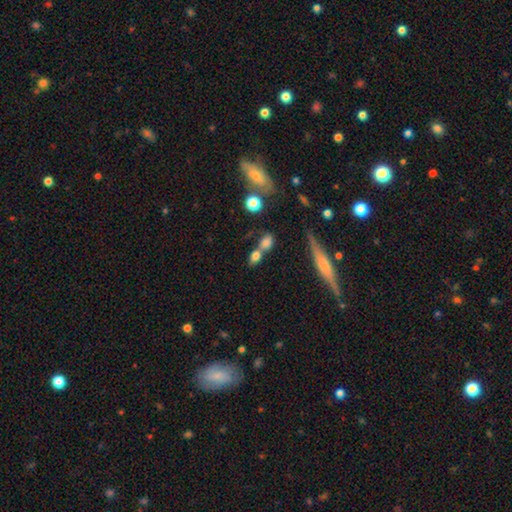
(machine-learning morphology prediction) Q: Smooth or featured?
A: smooth (73%); runner-up: featured or disk (16%)
Q: How rounded?
A: in between (65%); runner-up: round (23%)
Q: Merging?
A: merger (51%); runner-up: none (34%)